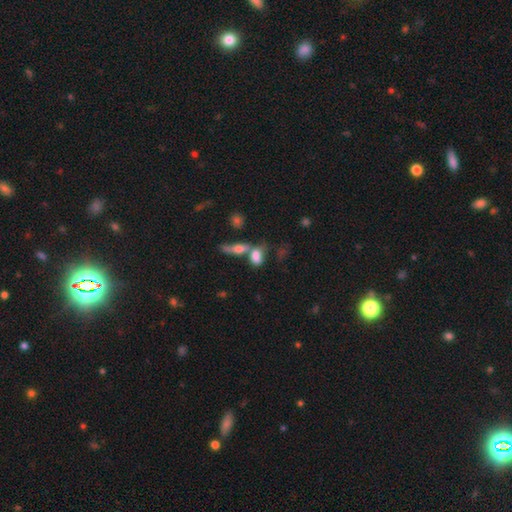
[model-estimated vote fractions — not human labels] This appears to be a smooth galaxy with no disk features (72%) that is in between round and cigar-shaped (79%). Merging: merger (50%).